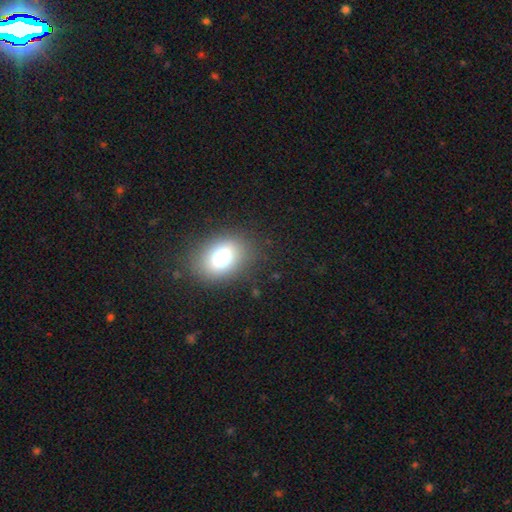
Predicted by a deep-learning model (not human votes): Morphology: type=smooth (76%); roundness=in between (71%); merging=none (89%).